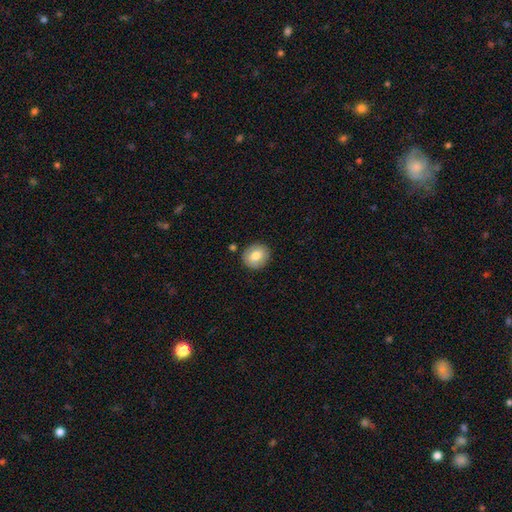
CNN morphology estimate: This is likely a smooth galaxy (79%). How rounded: likely round (77%). Merging: clearly none (87%).